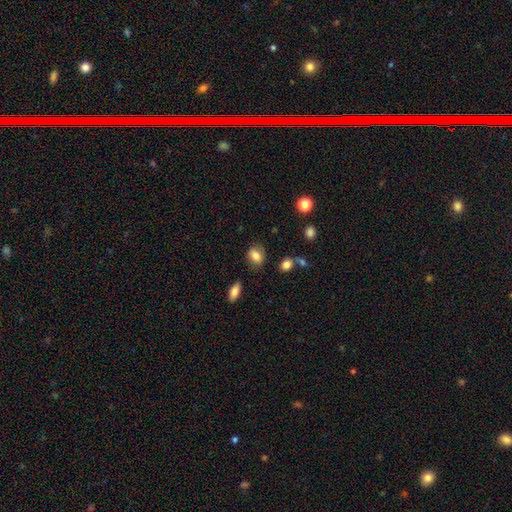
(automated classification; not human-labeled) Q: Smooth or featured?
A: smooth (81%); runner-up: featured or disk (10%)
Q: How rounded?
A: in between (66%); runner-up: round (32%)
Q: Merging?
A: none (77%); runner-up: minor disturbance (16%)